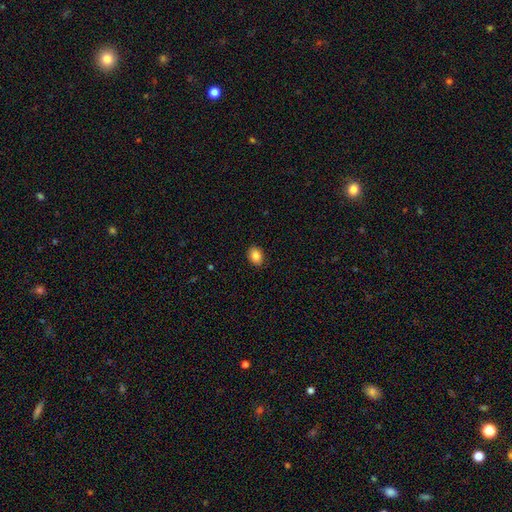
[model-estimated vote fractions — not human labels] smooth-or-featured: smooth: 87% | star or artifact: 8% | featured or disk: 5%
  how-rounded: in between: 74% | round: 25% | cigar-shaped: 1%
  merging: none: 88% | minor disturbance: 9% | major disturbance: 2% | merger: 1%